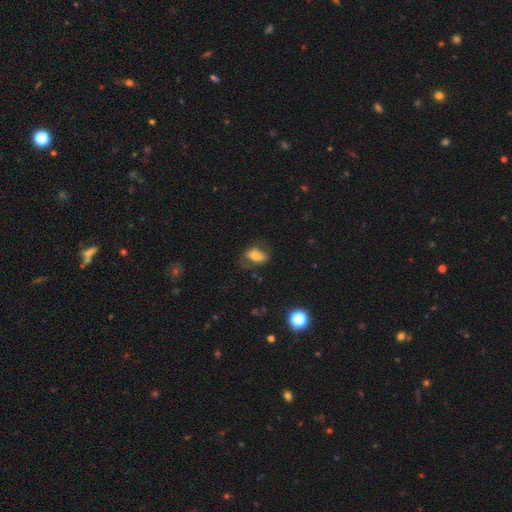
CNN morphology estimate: Smooth or featured?
  - smooth: 65% *
  - featured or disk: 25%
  - star or artifact: 10%
How rounded?
  - in between: 85% *
  - round: 11%
  - cigar-shaped: 5%
Merging?
  - none: 59% *
  - minor disturbance: 24%
  - major disturbance: 15%
  - merger: 2%